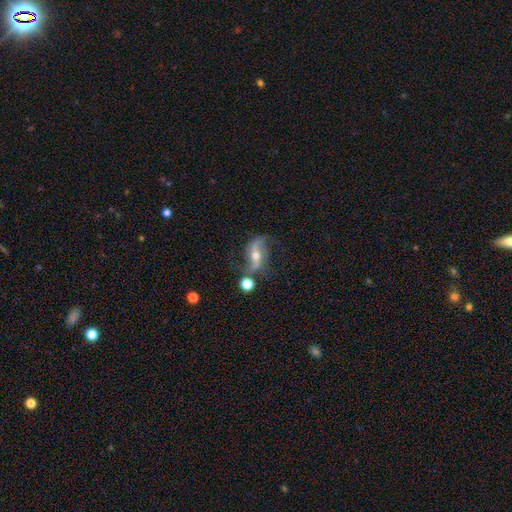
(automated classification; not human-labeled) A featured or disk galaxy (83%) with a strong bar (45%), 2 (92%) loose (81%) spiral arms (92%) and a moderate central bulge (59%).

Vote fractions:
- Smooth or featured? featured or disk: 83% / smooth: 10% / star or artifact: 8%
- Edge-on disk? no: 92% / yes: 8%
- Bar? strong: 45% / weak: 28% / no: 28%
- Spiral arms? yes: 92% / no: 8%
- Spiral winding? loose: 81% / medium: 14% / tight: 5%
- Spiral arm count? 2: 92% / 1: 3% / can't tell: 3% / 3: 1% / 4: 1% / more than 4: 1%
- Bulge size? moderate: 59% / small: 36% / large: 3% / none: 1% / dominant: 1%
- Merging? none: 67% / minor disturbance: 16% / major disturbance: 9% / merger: 7%